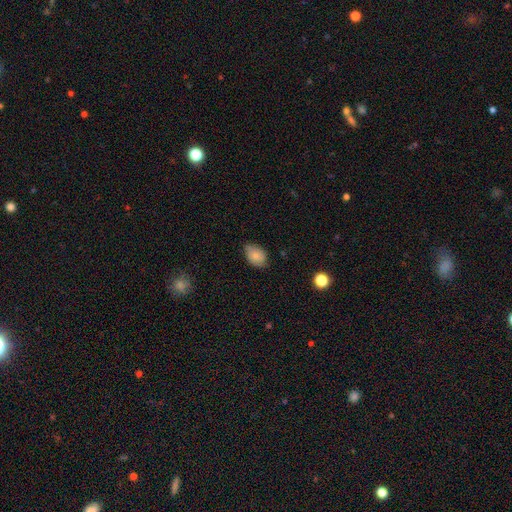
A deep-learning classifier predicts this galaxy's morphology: Q: Smooth or featured?
A: smooth (71%); runner-up: featured or disk (21%)
Q: How rounded?
A: in between (80%); runner-up: round (19%)
Q: Merging?
A: none (64%); runner-up: minor disturbance (30%)